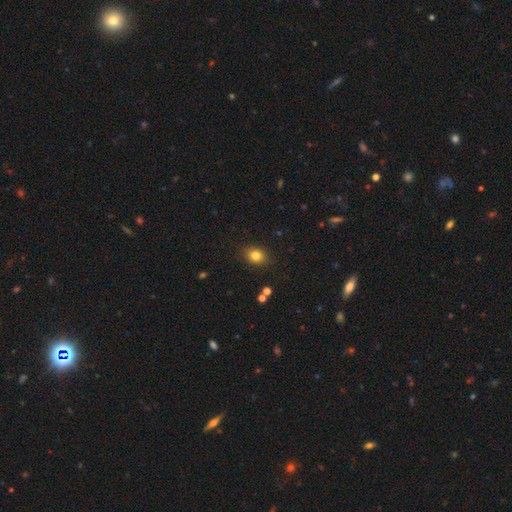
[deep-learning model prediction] Smooth or featured?
  - smooth: 81% *
  - star or artifact: 11%
  - featured or disk: 7%
How rounded?
  - in between: 50% *
  - round: 49%
  - cigar-shaped: 1%
Merging?
  - none: 86% *
  - minor disturbance: 10%
  - major disturbance: 2%
  - merger: 1%